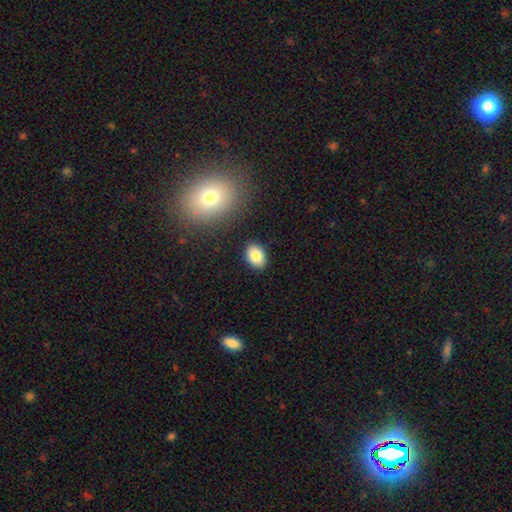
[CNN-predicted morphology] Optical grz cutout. It shows a smooth galaxy with no disk features (84%) that is in between round and cigar-shaped (77%). Merging: none (88%).